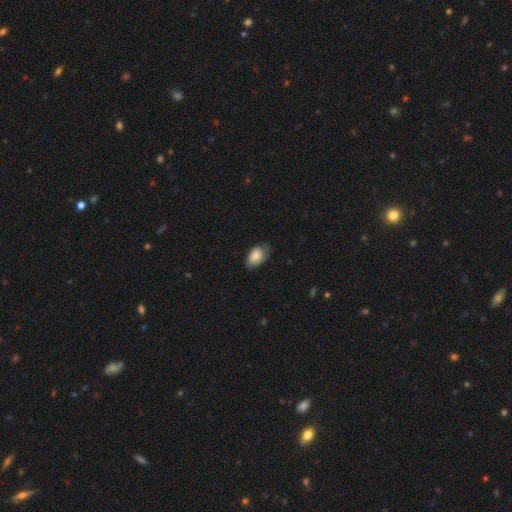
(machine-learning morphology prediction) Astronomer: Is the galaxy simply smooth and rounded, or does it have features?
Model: smooth — 78%.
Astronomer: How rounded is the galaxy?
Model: in between — 92%.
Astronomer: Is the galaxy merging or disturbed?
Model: none — 63%.